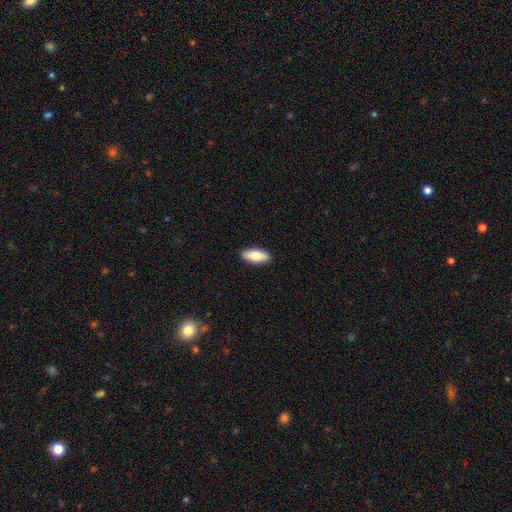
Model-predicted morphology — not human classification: Smooth or featured: smooth — 80% (featured or disk — 14%)
How rounded: in between — 83% (cigar-shaped — 14%)
Merging: none — 91% (minor disturbance — 7%)